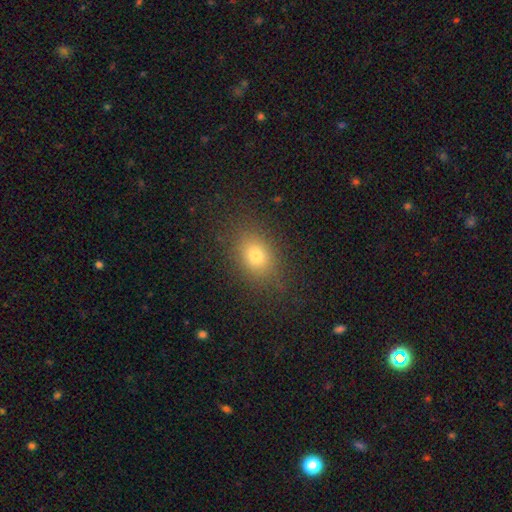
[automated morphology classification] Smooth or featured? Predicted: smooth (p=0.75). How rounded? Predicted: in between (p=0.68). Merging? Predicted: none (p=0.82).